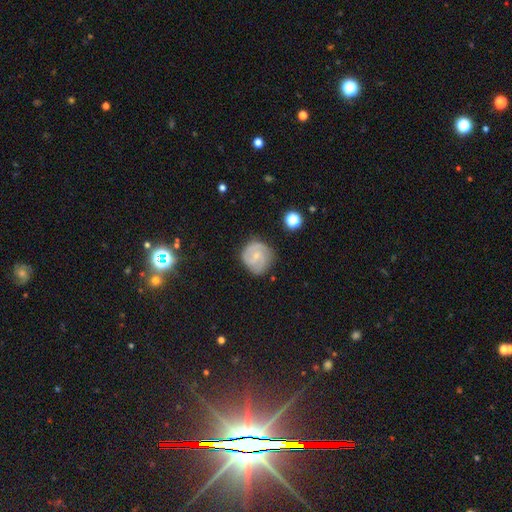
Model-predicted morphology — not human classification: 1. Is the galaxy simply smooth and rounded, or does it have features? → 76% featured or disk, 18% smooth, 7% star or artifact.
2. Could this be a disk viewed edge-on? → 98% no, 2% yes.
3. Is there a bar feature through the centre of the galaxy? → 55% no, 39% weak, 6% strong.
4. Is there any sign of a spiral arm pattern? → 94% yes, 6% no.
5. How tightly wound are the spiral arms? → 52% tight, 38% medium, 9% loose.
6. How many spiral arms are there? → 52% 2, 22% 3, 16% can't tell, 4% 1, 3% 4, 3% more than 4.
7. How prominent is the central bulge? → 72% small, 22% moderate, 5% none, 1% large, 1% dominant.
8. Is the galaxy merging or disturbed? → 74% none, 19% minor disturbance, 6% major disturbance, 2% merger.